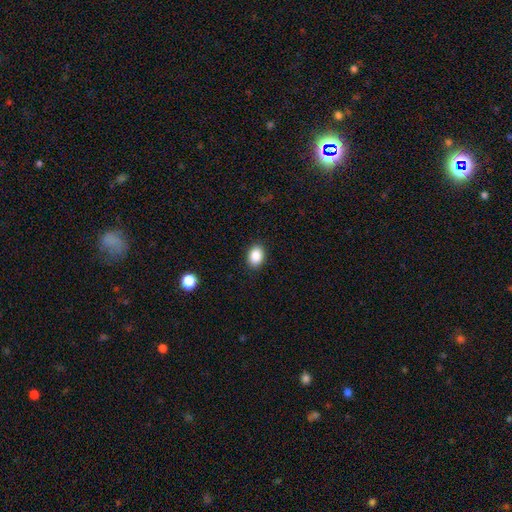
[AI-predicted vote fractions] Smooth or featured?
  - smooth: 88% *
  - star or artifact: 9%
  - featured or disk: 4%
How rounded?
  - in between: 71% *
  - round: 28%
  - cigar-shaped: 1%
Merging?
  - none: 89% *
  - minor disturbance: 7%
  - major disturbance: 2%
  - merger: 1%